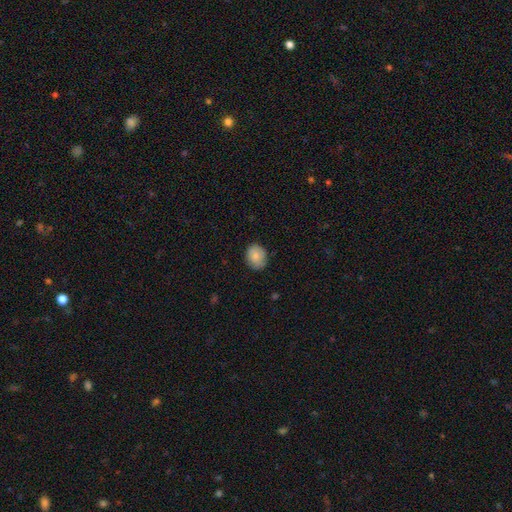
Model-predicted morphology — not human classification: A smooth galaxy with no disk features (85%) that is round (53%).

Vote fractions:
- Smooth or featured? smooth: 85% / featured or disk: 7% / star or artifact: 7%
- How rounded? round: 53% / in between: 46% / cigar-shaped: 1%
- Merging? none: 81% / minor disturbance: 16% / major disturbance: 3% / merger: 1%